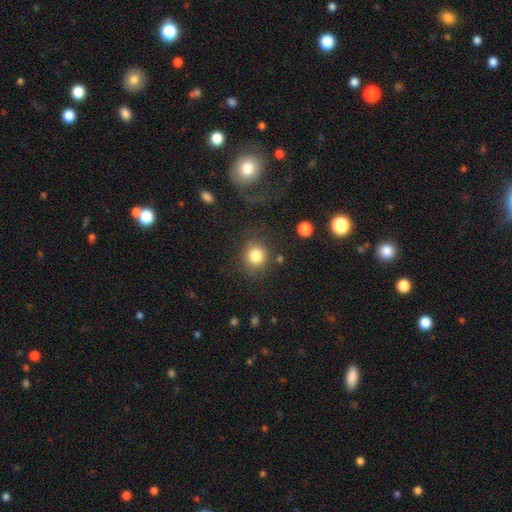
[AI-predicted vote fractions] A smooth galaxy with no disk features (82%) that is round (82%). Merging: none (79%).